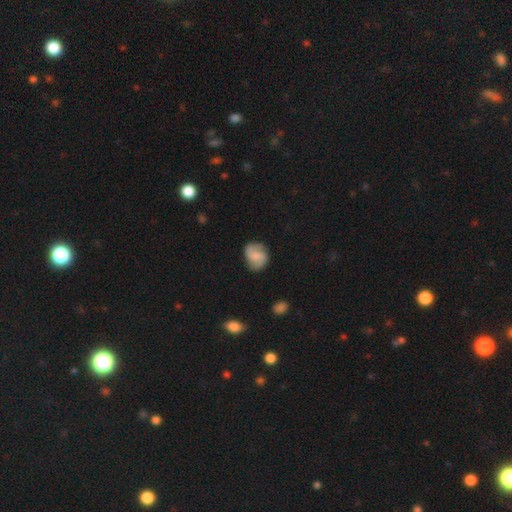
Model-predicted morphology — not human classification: Q: Smooth or featured?
A: featured or disk (61%); runner-up: smooth (32%)
Q: Edge-on disk?
A: no (98%); runner-up: yes (2%)
Q: Bar?
A: no (48%); runner-up: weak (43%)
Q: Spiral arms?
A: yes (93%); runner-up: no (7%)
Q: Spiral winding?
A: medium (47%); runner-up: loose (31%)
Q: Spiral arm count?
A: 2 (78%); runner-up: can't tell (8%)
Q: Bulge size?
A: none (44%); runner-up: small (29%)
Q: Merging?
A: none (75%); runner-up: minor disturbance (17%)